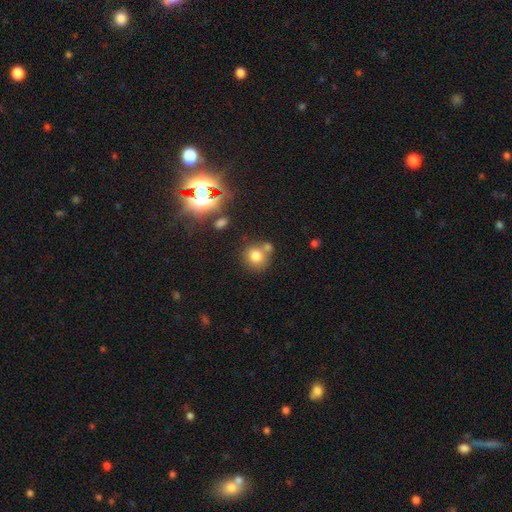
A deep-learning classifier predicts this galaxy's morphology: The model was most divided on "merging": none: 59%, merger: 25%, minor disturbance: 11%, major disturbance: 4%. More confident: how rounded — round (86%); smooth or featured — smooth (77%).